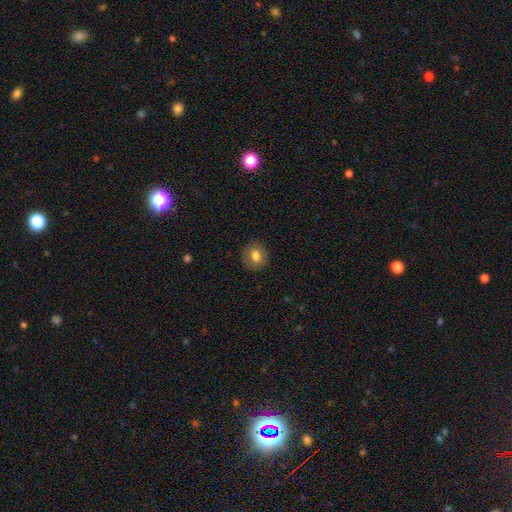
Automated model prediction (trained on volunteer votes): Overall: smooth (77%). How rounded: round (73%). Merging: none (87%).